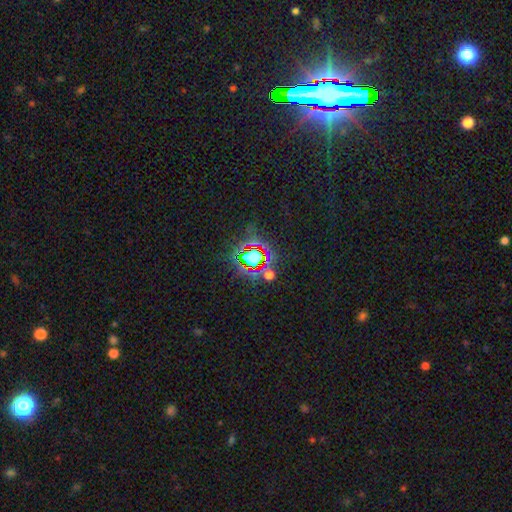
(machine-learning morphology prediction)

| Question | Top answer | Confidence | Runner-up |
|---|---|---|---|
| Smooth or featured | star or artifact | 68% | smooth (20%) |